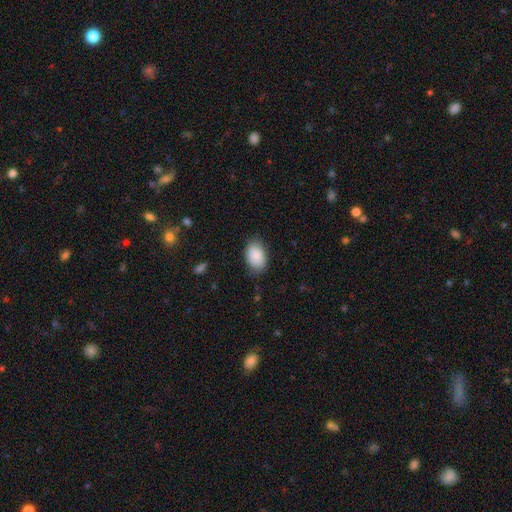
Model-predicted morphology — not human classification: Smooth or featured?
  - smooth: 86% *
  - featured or disk: 7%
  - star or artifact: 6%
How rounded?
  - in between: 86% *
  - round: 13%
  - cigar-shaped: 1%
Merging?
  - none: 78% *
  - minor disturbance: 17%
  - major disturbance: 4%
  - merger: 1%